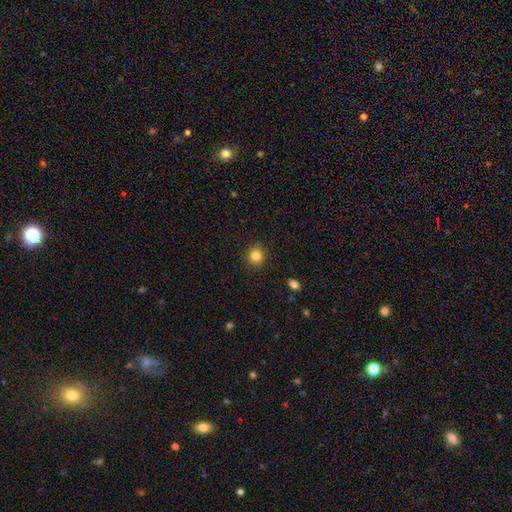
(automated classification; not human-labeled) Smooth or featured?
  - smooth: 84% *
  - star or artifact: 11%
  - featured or disk: 5%
How rounded?
  - round: 89% *
  - in between: 10%
  - cigar-shaped: 1%
Merging?
  - none: 91% *
  - minor disturbance: 6%
  - major disturbance: 2%
  - merger: 1%